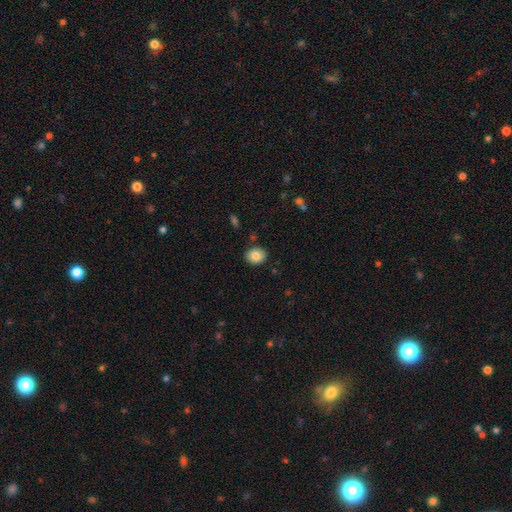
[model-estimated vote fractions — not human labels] A smooth galaxy with no disk features (83%) that is round (68%). Merging: none (88%).